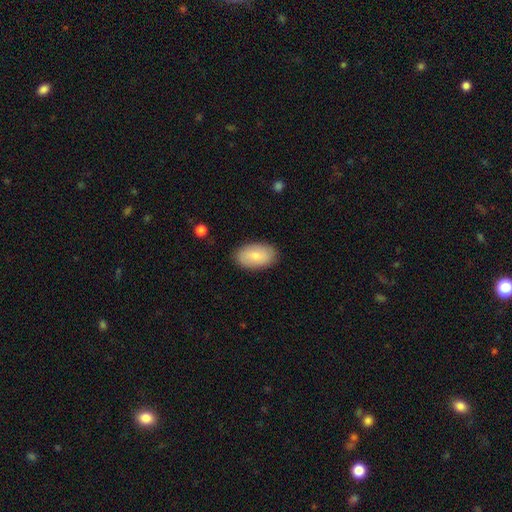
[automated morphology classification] smooth_or_featured: smooth (p=0.78) [alt: featured or disk p=0.16]
how_rounded: in between (p=0.94) [alt: round p=0.05]
merging: none (p=0.87) [alt: minor disturbance p=0.10]